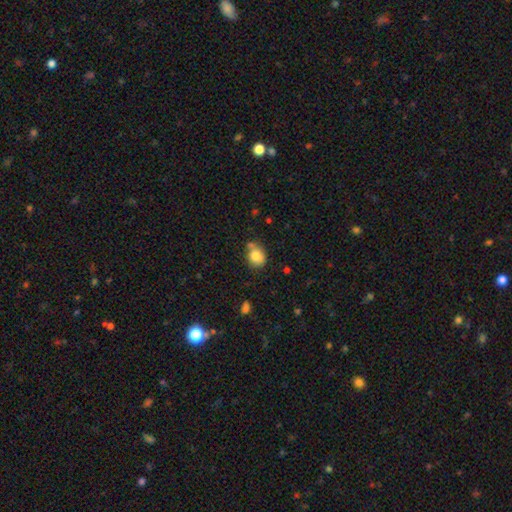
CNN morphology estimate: This is likely a smooth galaxy (80%). How rounded: possibly round (58%). Merging: possibly none (57%).